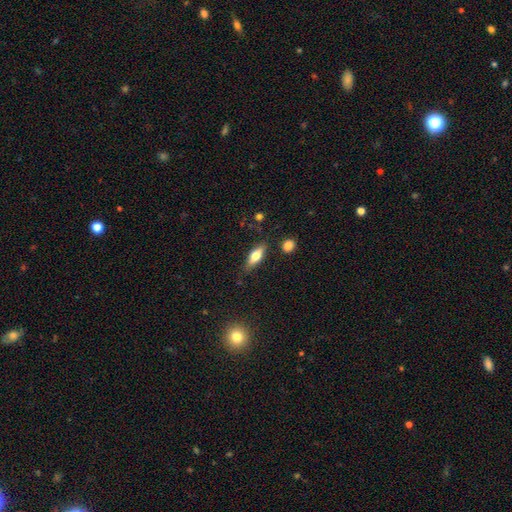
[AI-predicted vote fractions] This appears to be a smooth galaxy with no disk features (65%) that is in between round and cigar-shaped (61%). Merging: none (79%).